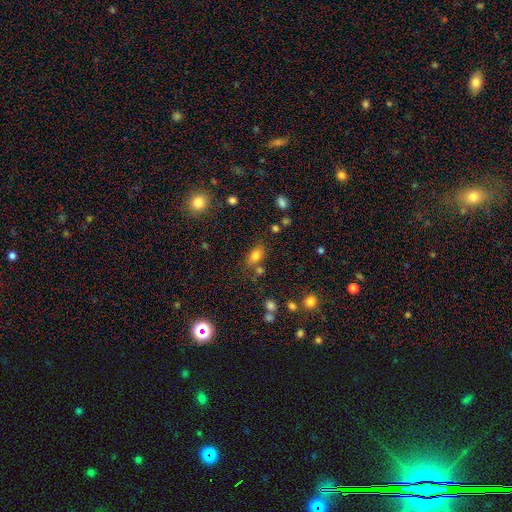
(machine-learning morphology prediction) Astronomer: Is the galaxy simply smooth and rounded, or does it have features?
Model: smooth — 78%.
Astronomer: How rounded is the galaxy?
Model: in between — 81%.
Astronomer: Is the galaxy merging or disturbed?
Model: none — 67%.